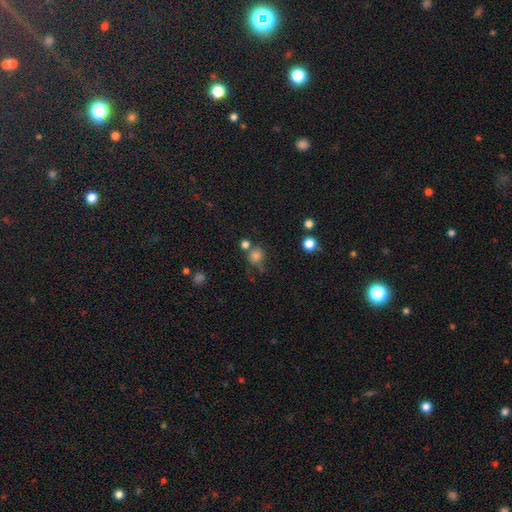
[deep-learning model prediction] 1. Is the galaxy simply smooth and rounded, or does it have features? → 77% smooth, 15% star or artifact, 8% featured or disk.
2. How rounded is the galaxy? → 84% round, 15% in between, 1% cigar-shaped.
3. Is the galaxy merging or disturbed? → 56% none, 20% merger, 17% minor disturbance, 8% major disturbance.